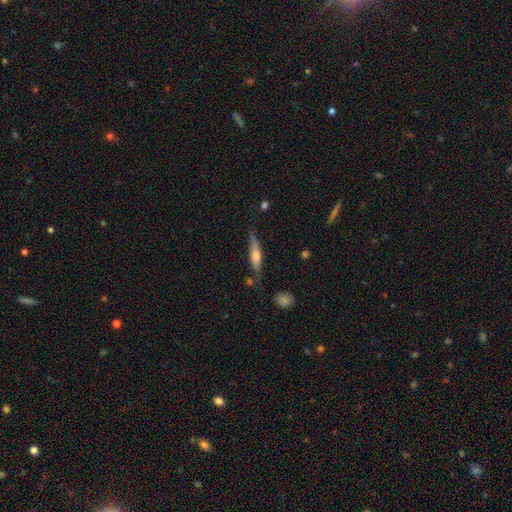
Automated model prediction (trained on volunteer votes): Smooth or featured? featured or disk (49%)
Merging? none (72%)